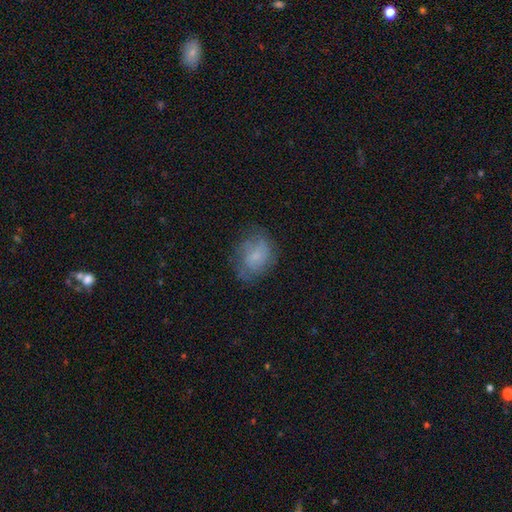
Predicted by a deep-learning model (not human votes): Smooth or featured? smooth (60%)
How rounded? in between (59%)
Merging? none (61%)